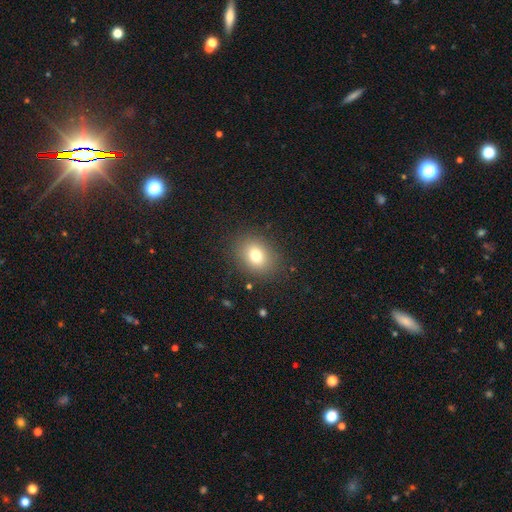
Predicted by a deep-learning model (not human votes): Smooth or featured? smooth (77%)
How rounded? round (50%)
Merging? none (86%)